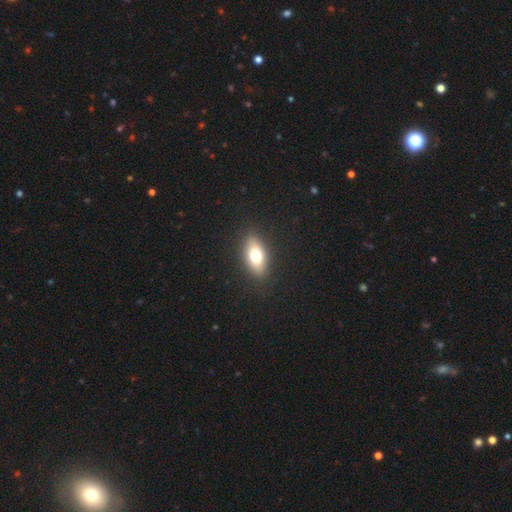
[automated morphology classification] smooth_or_featured: smooth (p=0.71) [alt: featured or disk p=0.20]
how_rounded: in between (p=0.82) [alt: cigar-shaped p=0.12]
merging: none (p=0.88) [alt: minor disturbance p=0.08]